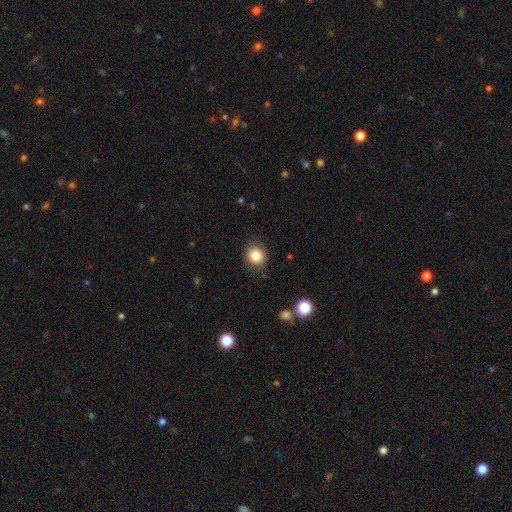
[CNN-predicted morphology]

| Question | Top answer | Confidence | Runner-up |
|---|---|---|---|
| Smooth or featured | smooth | 83% | star or artifact (10%) |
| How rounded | round | 72% | in between (27%) |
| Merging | none | 85% | minor disturbance (11%) |